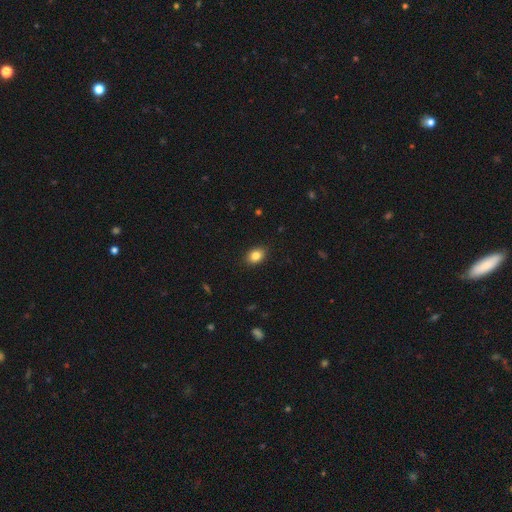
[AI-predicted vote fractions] Smooth or featured?
  - smooth: 84% *
  - star or artifact: 9%
  - featured or disk: 7%
How rounded?
  - in between: 71% *
  - round: 28%
  - cigar-shaped: 1%
Merging?
  - none: 89% *
  - minor disturbance: 8%
  - major disturbance: 2%
  - merger: 1%